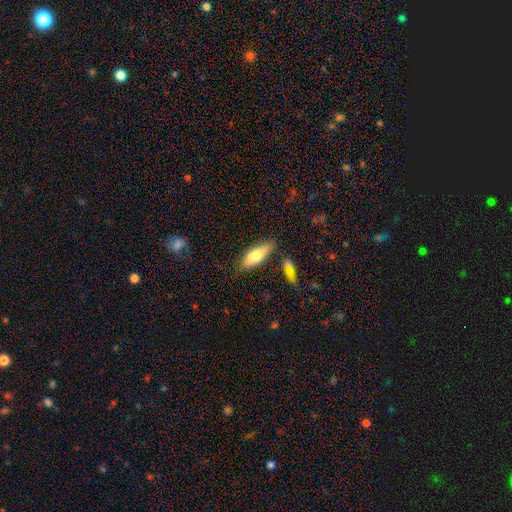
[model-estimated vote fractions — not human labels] This appears to be a smooth galaxy with no disk features (70%) that is in between round and cigar-shaped (65%). Merging: none (74%).